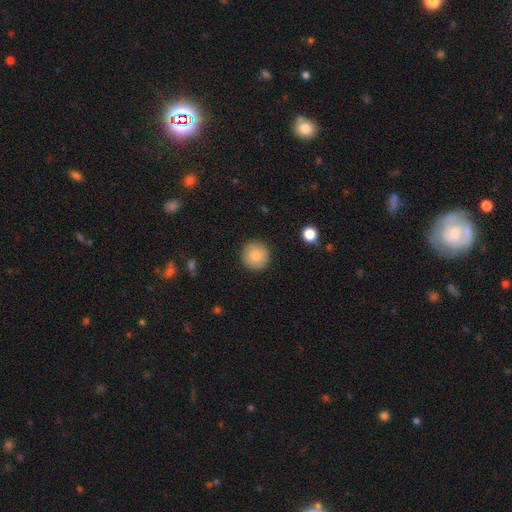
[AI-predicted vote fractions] Morphology: type=smooth (82%); roundness=round (95%); merging=none (91%).